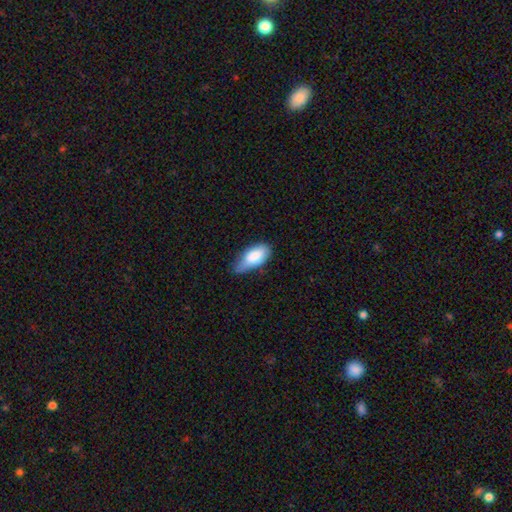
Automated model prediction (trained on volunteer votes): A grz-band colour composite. It shows a smooth galaxy with no disk features (83%) that is in between round and cigar-shaped (90%). Merging: minor disturbance (50%).